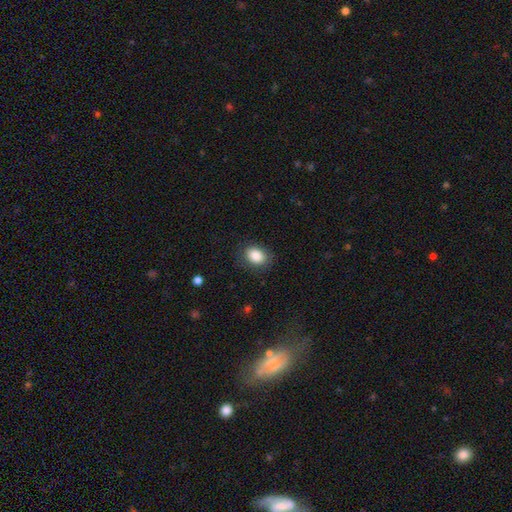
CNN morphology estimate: This appears to be a smooth galaxy with no disk features (87%) that is in between round and cigar-shaped (69%). Merging: none (82%).